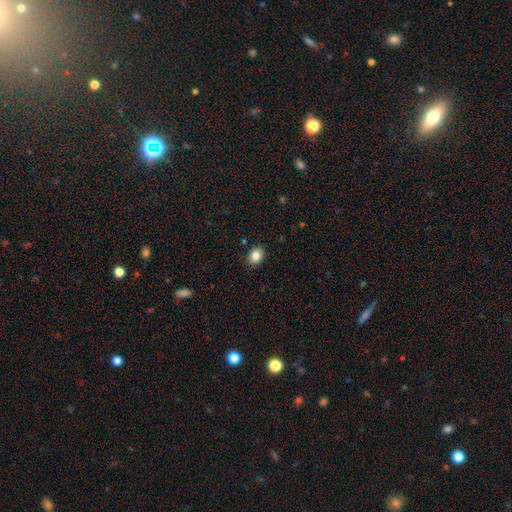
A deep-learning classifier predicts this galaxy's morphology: A smooth galaxy with no disk features (85%) that is in between round and cigar-shaped (59%). Merging: none (88%).